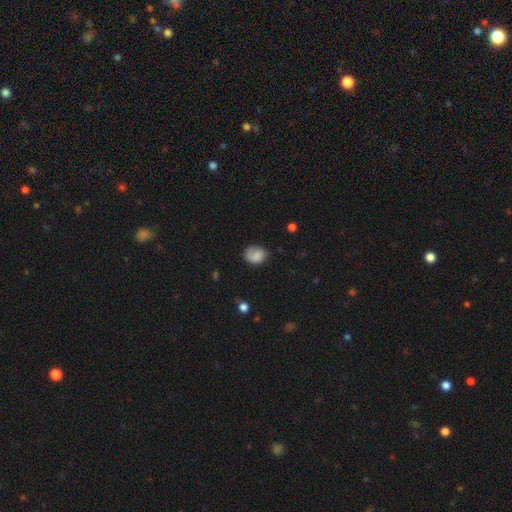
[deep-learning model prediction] Morphology: type=smooth (78%); roundness=in between (50%); merging=none (59%).